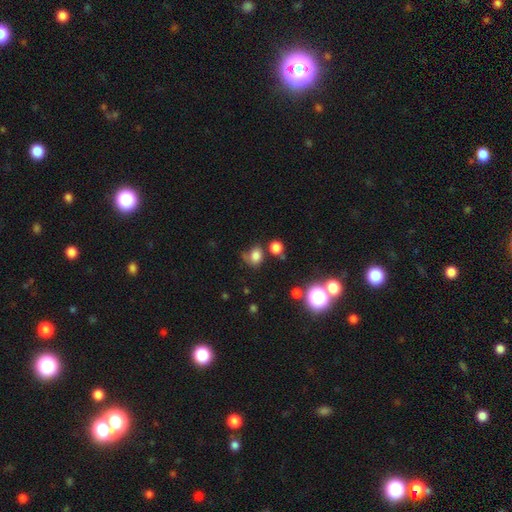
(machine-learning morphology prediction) Overall: smooth (76%). How rounded: round (55%; in between 44%). Merging: none (53%; minor disturbance 25%).